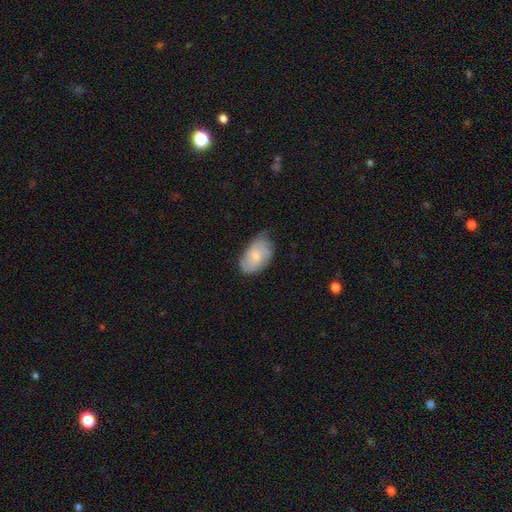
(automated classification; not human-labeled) Smooth or featured? Predicted: smooth (p=0.57). How rounded? Predicted: in between (p=0.92). Merging? Predicted: none (p=0.49).